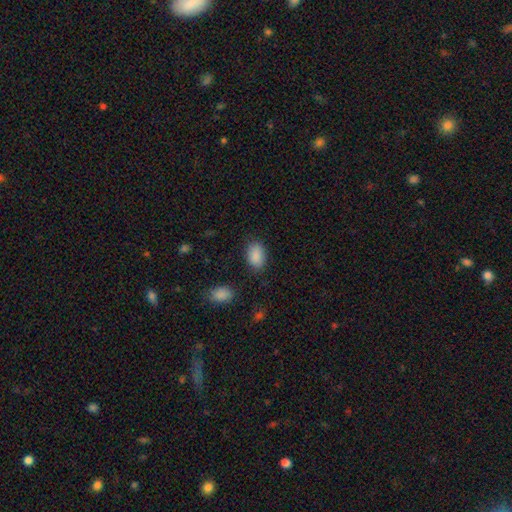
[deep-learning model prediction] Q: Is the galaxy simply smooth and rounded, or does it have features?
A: smooth — 89%.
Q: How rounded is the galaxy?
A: in between — 89%.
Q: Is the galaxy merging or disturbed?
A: none — 82%.